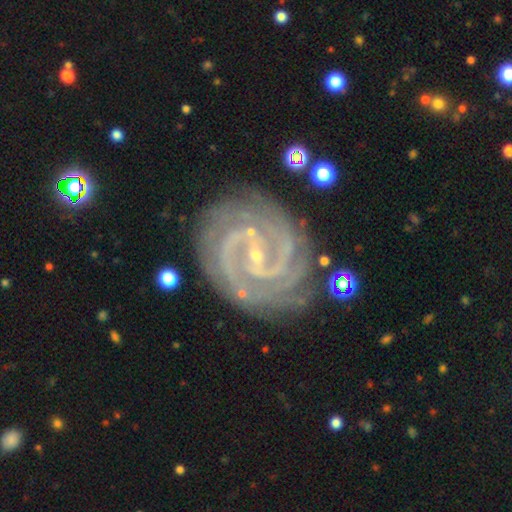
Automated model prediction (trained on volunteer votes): featured or disk 92%, star or artifact 5%, smooth 3%. Down the decision tree: edge-on disk — no (98%); bar — weak (39%); spiral arms — yes (99%); spiral arm count — 2 (54%); spiral winding — tight (70%); bulge size — small (88%); merging — none (80%).